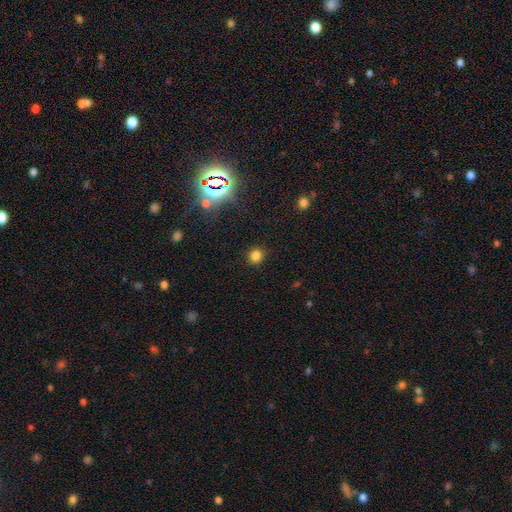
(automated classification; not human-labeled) smooth 80%, star or artifact 16%, featured or disk 4%. Down the decision tree: how rounded — round (89%); merging — none (90%).